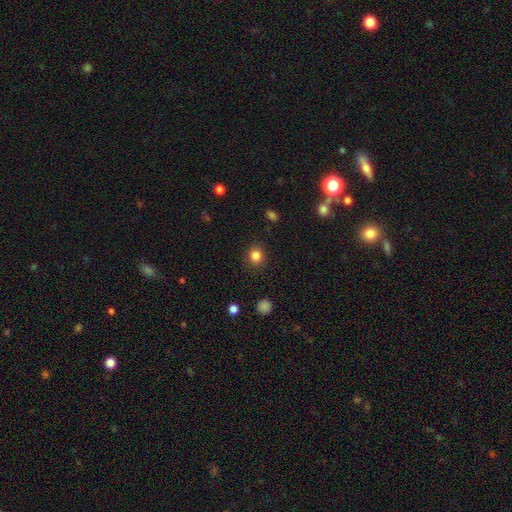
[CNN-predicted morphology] A smooth galaxy with no disk features (84%) that is round (80%). Merging: none (89%).